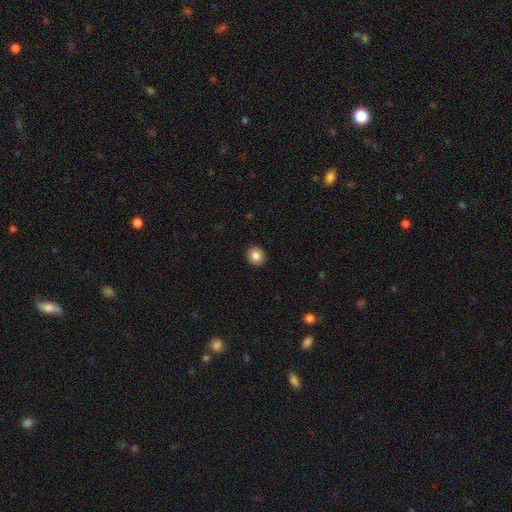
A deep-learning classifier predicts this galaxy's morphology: A smooth galaxy with no disk features (85%) that is round (88%).

Vote fractions:
- Smooth or featured? smooth: 85% / star or artifact: 9% / featured or disk: 6%
- How rounded? round: 88% / in between: 11% / cigar-shaped: 1%
- Merging? none: 93% / minor disturbance: 5% / major disturbance: 2% / merger: 1%